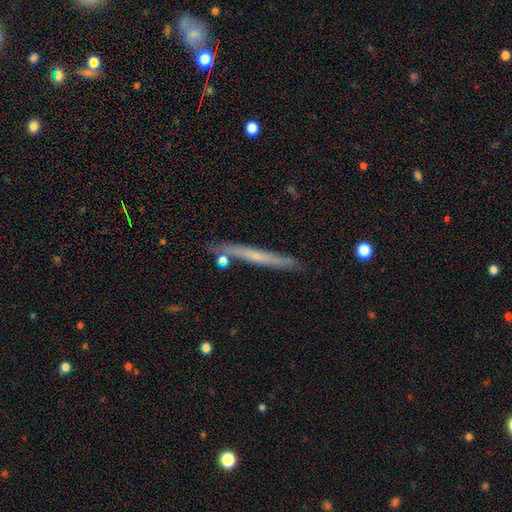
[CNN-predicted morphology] Overall: featured or disk (48%; smooth 45%). Merging: none (85%).